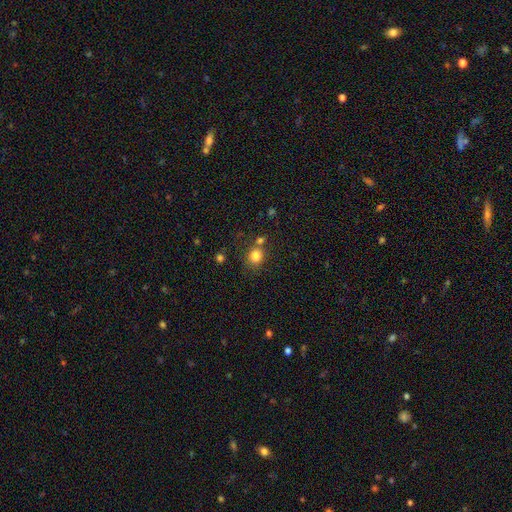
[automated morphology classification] Q: Smooth or featured?
A: smooth (81%); runner-up: star or artifact (12%)
Q: How rounded?
A: round (78%); runner-up: in between (21%)
Q: Merging?
A: none (69%); runner-up: merger (16%)